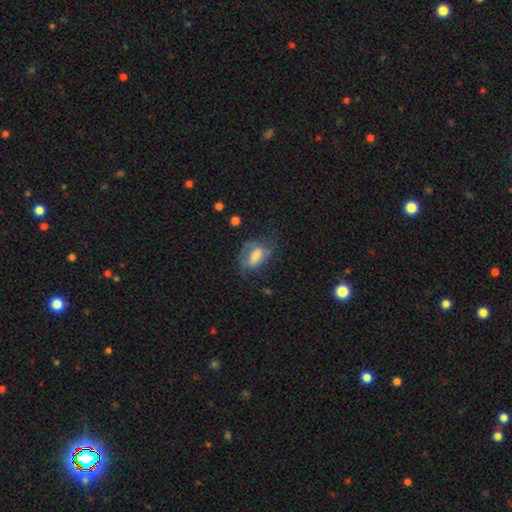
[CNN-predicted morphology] Smooth or featured? smooth (51%)
How rounded? in between (83%)
Merging? none (44%)